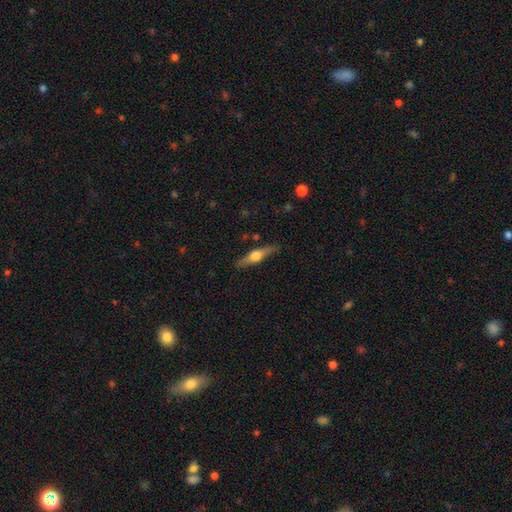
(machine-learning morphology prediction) featured or disk 67%, smooth 27%, star or artifact 5%. Down the decision tree: edge-on disk — yes (96%); edge-on bulge — rounded (94%); merging — none (87%).